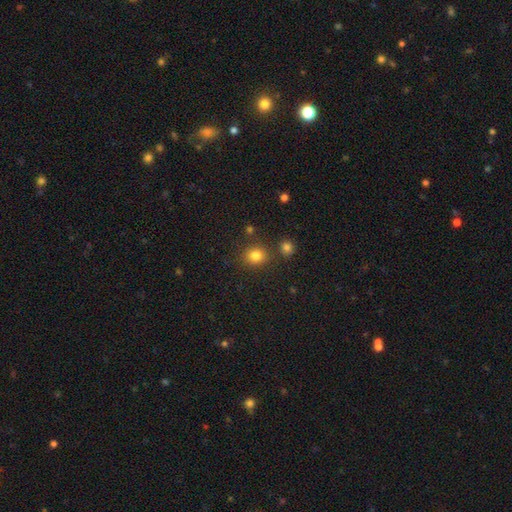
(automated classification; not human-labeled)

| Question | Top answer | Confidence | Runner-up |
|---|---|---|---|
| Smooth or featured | smooth | 81% | star or artifact (13%) |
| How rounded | round | 76% | in between (24%) |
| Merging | none | 81% | minor disturbance (9%) |